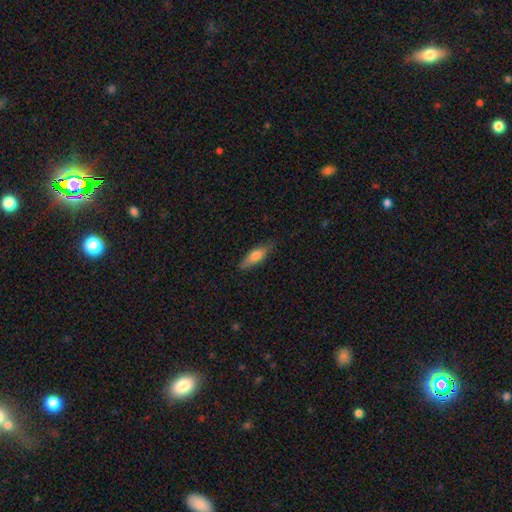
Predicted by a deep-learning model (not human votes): smooth_or_featured: smooth (p=0.63) [alt: featured or disk p=0.30]
how_rounded: cigar-shaped (p=0.50) [alt: in between p=0.47]
merging: none (p=0.81) [alt: minor disturbance p=0.15]